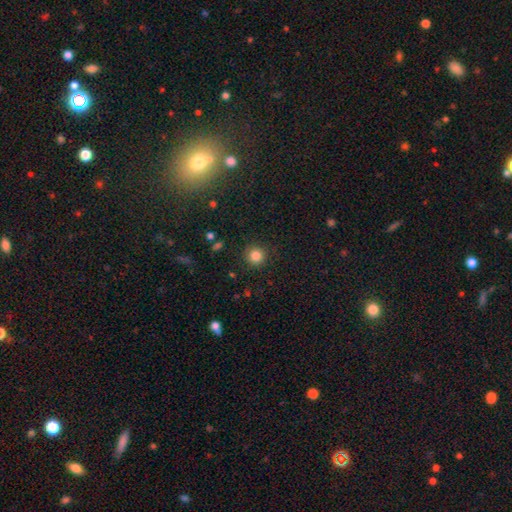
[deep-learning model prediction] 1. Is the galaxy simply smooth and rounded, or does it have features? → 84% smooth, 12% star or artifact, 5% featured or disk.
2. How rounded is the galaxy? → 93% round, 6% in between, 1% cigar-shaped.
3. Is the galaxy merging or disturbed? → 89% none, 7% minor disturbance, 3% major disturbance, 1% merger.